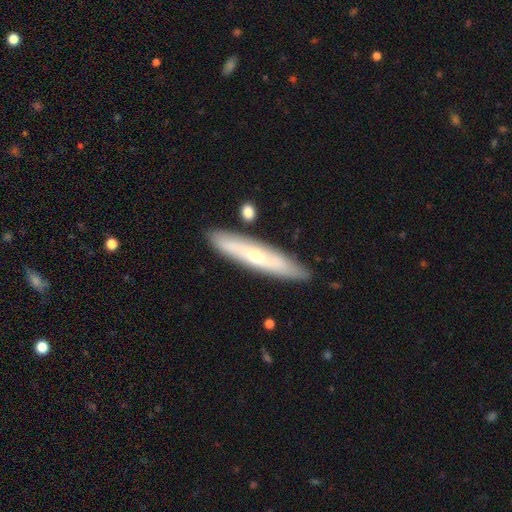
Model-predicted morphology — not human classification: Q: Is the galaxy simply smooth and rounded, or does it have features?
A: featured or disk — 55%.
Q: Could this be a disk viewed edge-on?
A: yes — 68%.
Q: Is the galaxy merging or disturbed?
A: none — 85%.